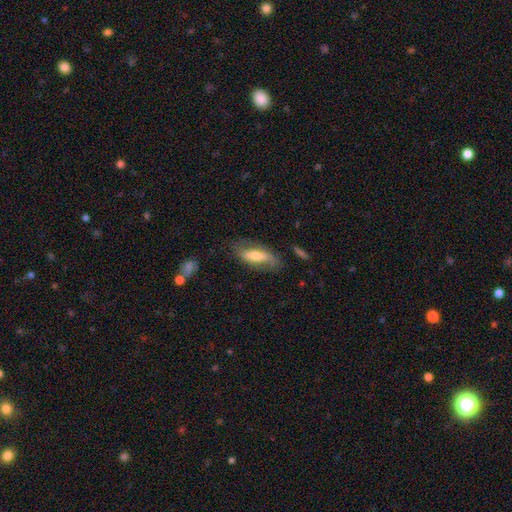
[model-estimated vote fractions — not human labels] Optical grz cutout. It shows a smooth galaxy with no disk features (52%) that is in between round and cigar-shaped (65%). Merging: none (66%).